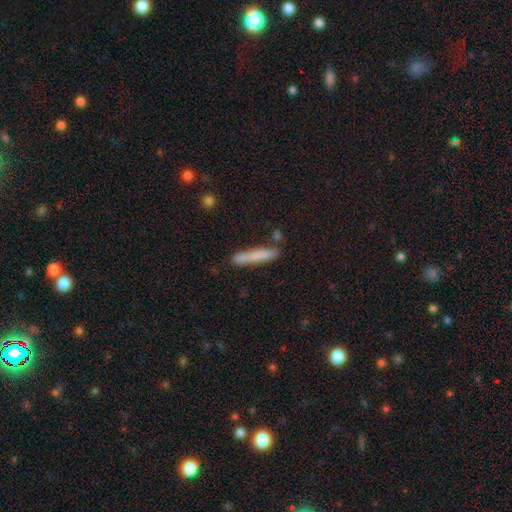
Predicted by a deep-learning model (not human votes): The model was most divided on "smooth or featured": smooth: 75%, featured or disk: 18%, star or artifact: 6%. More confident: how rounded — cigar-shaped (93%); merging — none (80%).